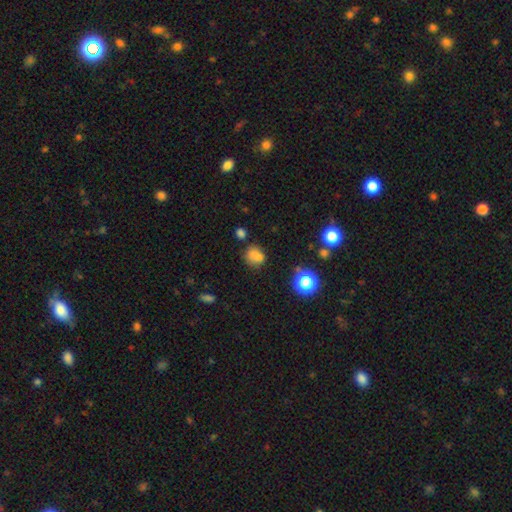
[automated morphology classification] The model was most divided on "merging": none: 54%, merger: 24%, minor disturbance: 16%, major disturbance: 7%. More confident: smooth or featured — smooth (73%); how rounded — round (67%).